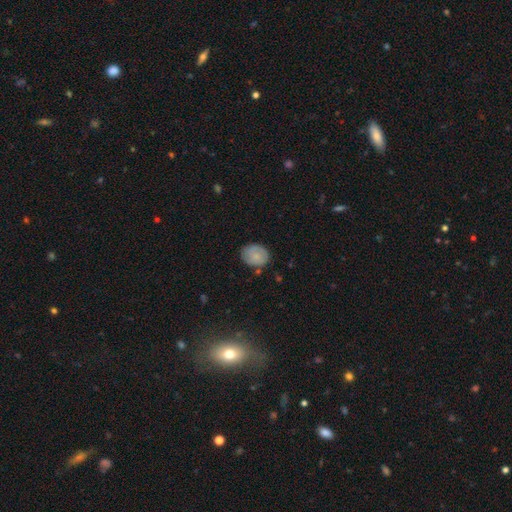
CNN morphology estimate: This appears to be a smooth galaxy with no disk features (73%) that is in between round and cigar-shaped (54%). Merging: none (74%).